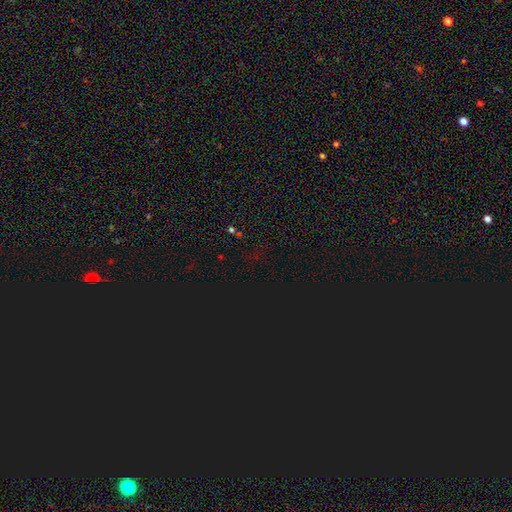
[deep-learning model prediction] Morphology: type=star or artifact (75%).